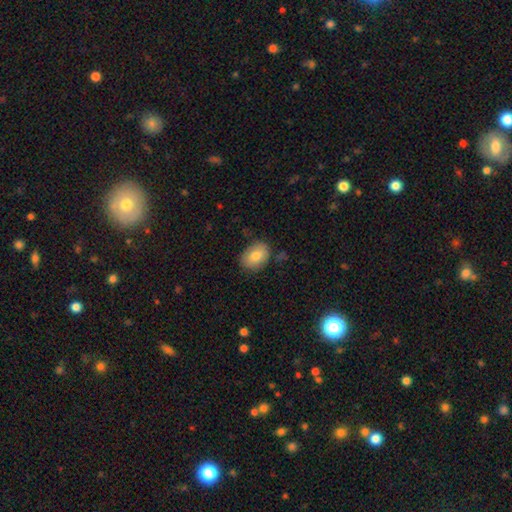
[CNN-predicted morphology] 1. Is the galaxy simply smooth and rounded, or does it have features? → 79% smooth, 14% featured or disk, 8% star or artifact.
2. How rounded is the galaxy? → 74% in between, 25% round, 1% cigar-shaped.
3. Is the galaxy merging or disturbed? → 80% none, 15% minor disturbance, 3% major disturbance, 2% merger.